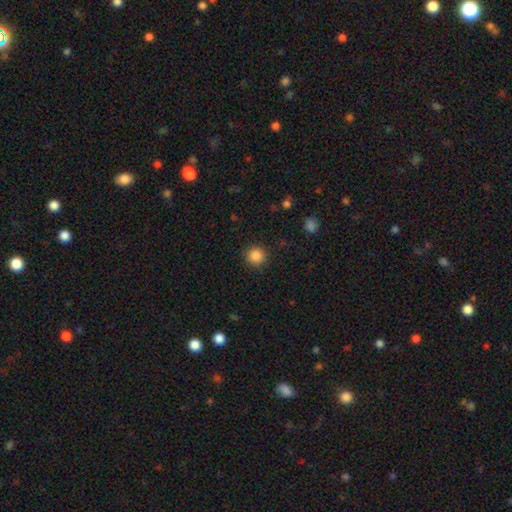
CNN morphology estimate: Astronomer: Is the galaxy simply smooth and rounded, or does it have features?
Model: smooth — 86%.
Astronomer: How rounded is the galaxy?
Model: round — 94%.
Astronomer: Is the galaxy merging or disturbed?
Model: none — 90%.